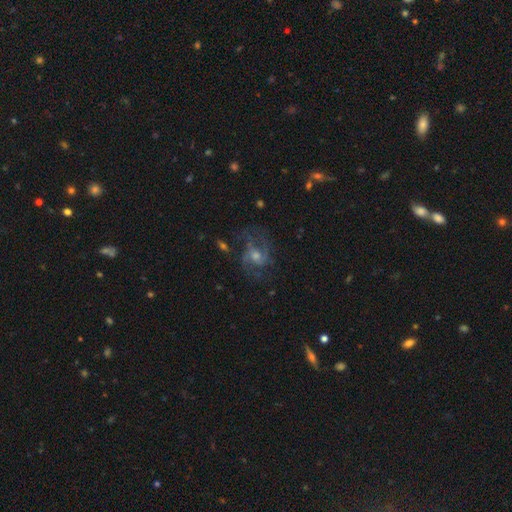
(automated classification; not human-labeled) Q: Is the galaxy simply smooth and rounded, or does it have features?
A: featured or disk — 76%.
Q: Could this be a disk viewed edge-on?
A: no — 97%.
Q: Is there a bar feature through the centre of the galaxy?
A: no — 52%.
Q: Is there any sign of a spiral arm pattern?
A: yes — 92%.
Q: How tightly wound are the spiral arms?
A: medium — 54%.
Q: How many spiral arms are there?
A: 2 — 51%.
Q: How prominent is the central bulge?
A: moderate — 50%.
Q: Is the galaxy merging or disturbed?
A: none — 64%.